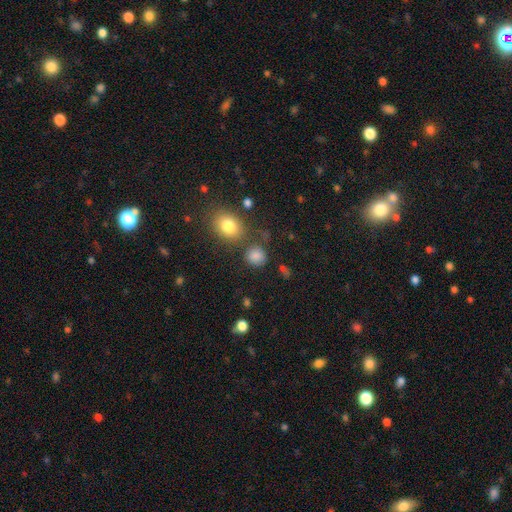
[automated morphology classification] A smooth galaxy with no disk features (83%) that is round (81%).

Vote fractions:
- Smooth or featured? smooth: 83% / star or artifact: 12% / featured or disk: 5%
- How rounded? round: 81% / in between: 18% / cigar-shaped: 1%
- Merging? none: 77% / minor disturbance: 11% / merger: 7% / major disturbance: 5%